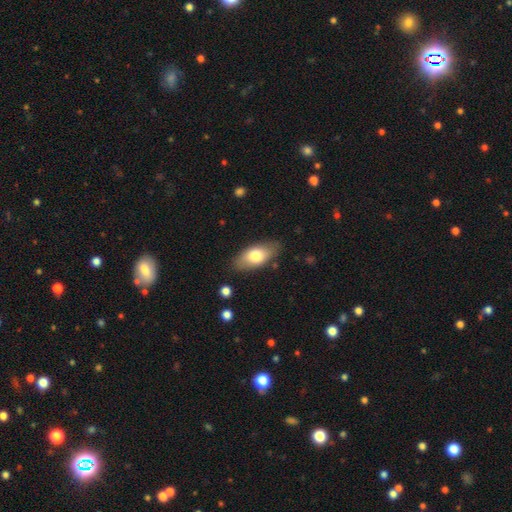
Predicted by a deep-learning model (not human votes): The model was most divided on "smooth or featured": smooth: 72%, featured or disk: 21%, star or artifact: 6%. More confident: how rounded — in between (88%); merging — none (83%).